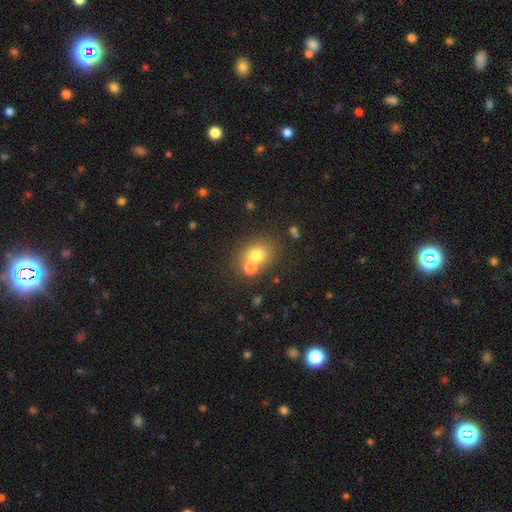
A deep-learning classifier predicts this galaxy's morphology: This appears to be a smooth galaxy with no disk features (72%) that is round (66%). Merging: none (49%).